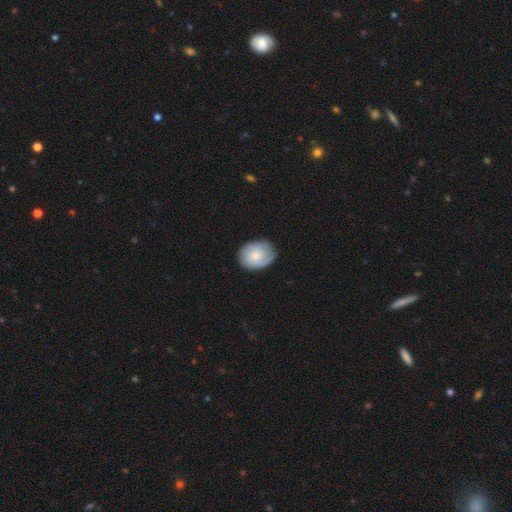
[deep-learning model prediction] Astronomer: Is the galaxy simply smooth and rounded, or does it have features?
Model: featured or disk — 48% (runner-up: smooth, 46%).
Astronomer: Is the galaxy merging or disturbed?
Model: none — 74%.